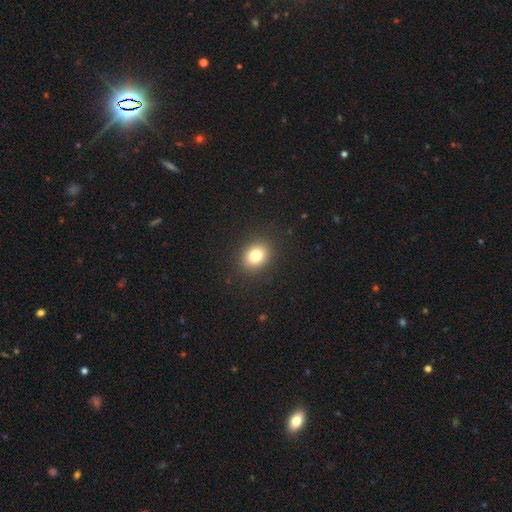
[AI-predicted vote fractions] This appears to be a smooth galaxy with no disk features (80%) that is round (55%). Merging: none (89%).